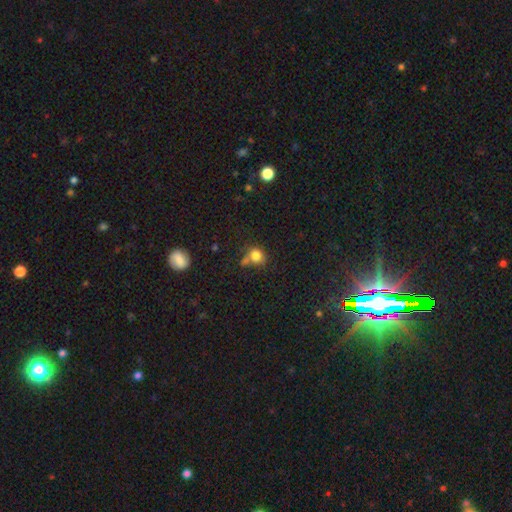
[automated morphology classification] The model was most divided on "merging": none: 49%, merger: 25%, minor disturbance: 18%, major disturbance: 8%. More confident: smooth or featured — smooth (78%); how rounded — round (73%).